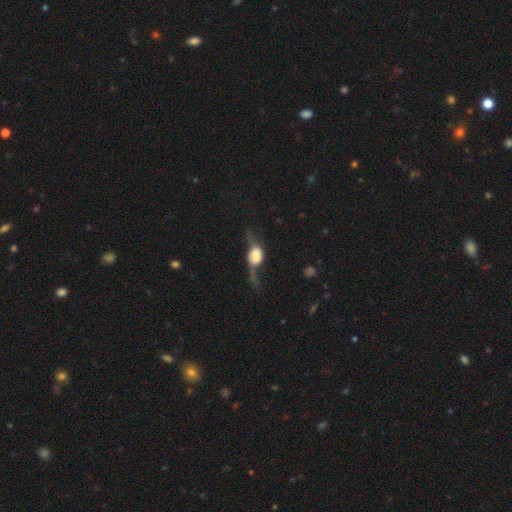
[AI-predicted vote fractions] smooth-or-featured: featured or disk: 54% | smooth: 37% | star or artifact: 9%
  disk-edge-on: yes: 58% | no: 42%
  merging: major disturbance: 40% | none: 31% | minor disturbance: 22% | merger: 7%